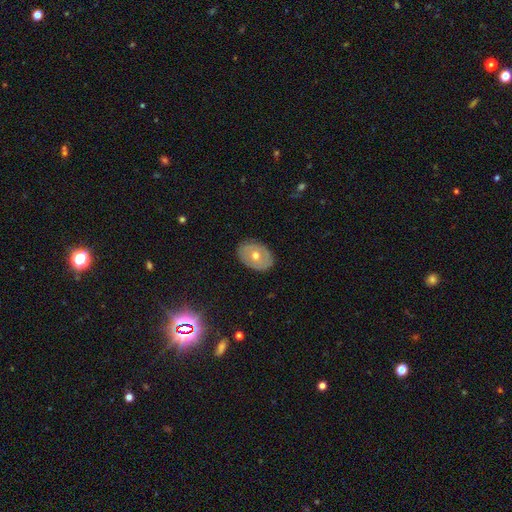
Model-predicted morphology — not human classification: A featured or disk galaxy (49%). Merging: none (85%).